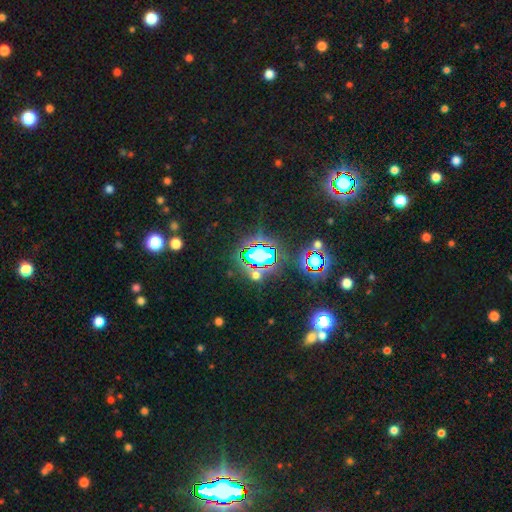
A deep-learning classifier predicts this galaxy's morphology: type=star or artifact (72%).